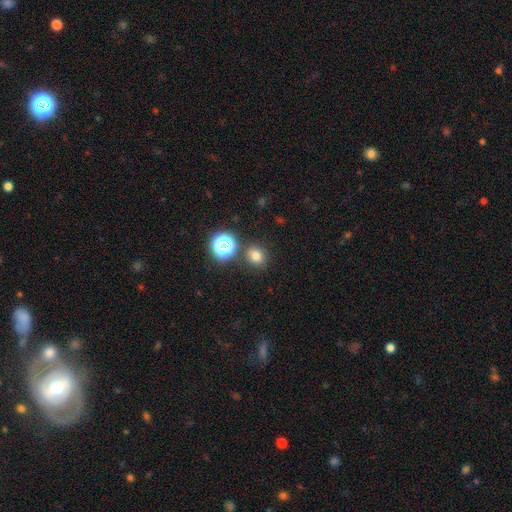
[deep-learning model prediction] Morphology: type=smooth (74%); roundness=round (78%); merging=none (81%).